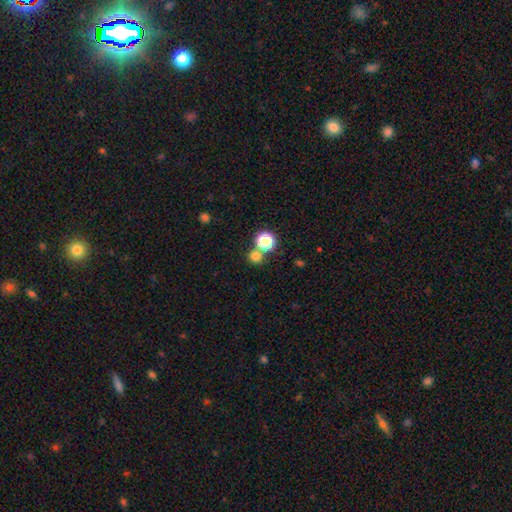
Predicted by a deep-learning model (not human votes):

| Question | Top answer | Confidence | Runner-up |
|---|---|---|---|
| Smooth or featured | smooth | 73% | star or artifact (21%) |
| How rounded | round | 89% | in between (10%) |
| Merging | none | 67% | merger (24%) |